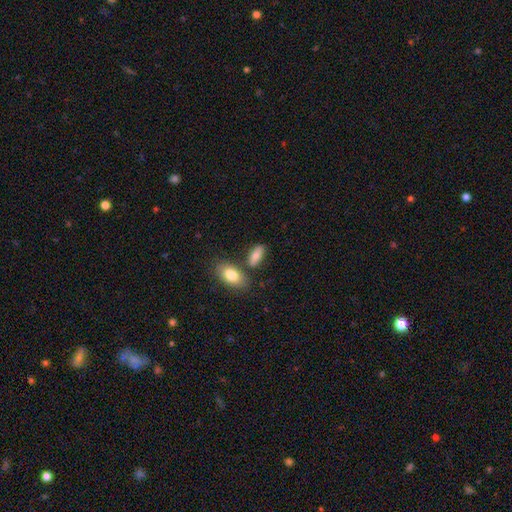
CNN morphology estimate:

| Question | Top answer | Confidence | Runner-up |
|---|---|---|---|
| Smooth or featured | smooth | 79% | featured or disk (14%) |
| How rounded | in between | 80% | cigar-shaped (15%) |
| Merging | none | 67% | merger (16%) |